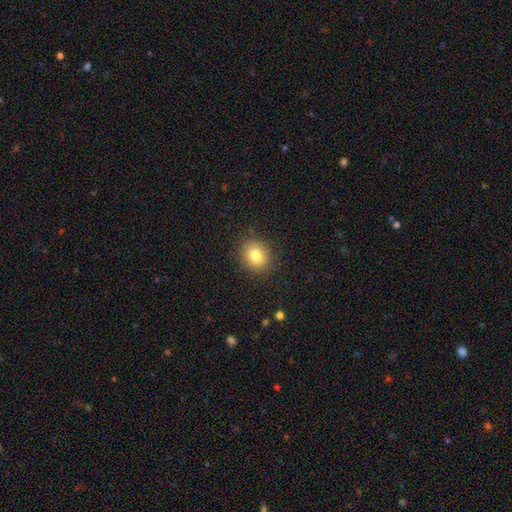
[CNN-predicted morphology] The model was most divided on "how rounded": round: 63%, in between: 36%, cigar-shaped: 1%. More confident: merging — none (87%); smooth or featured — smooth (81%).